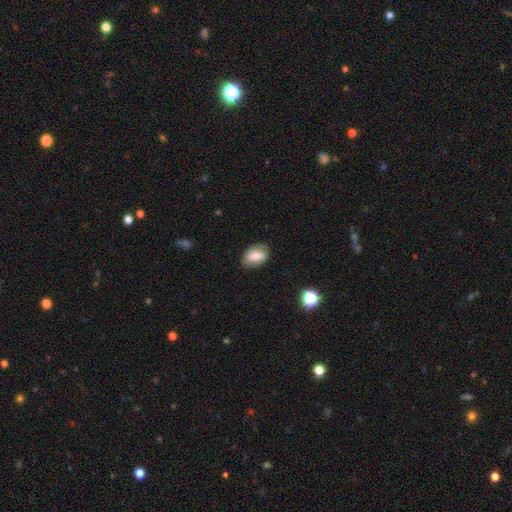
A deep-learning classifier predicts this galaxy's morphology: A smooth galaxy with no disk features (64%) that is in between round and cigar-shaped (82%).

Vote fractions:
- Smooth or featured? smooth: 64% / featured or disk: 27% / star or artifact: 8%
- How rounded? in between: 82% / round: 17% / cigar-shaped: 1%
- Merging? none: 76% / minor disturbance: 19% / major disturbance: 4% / merger: 1%